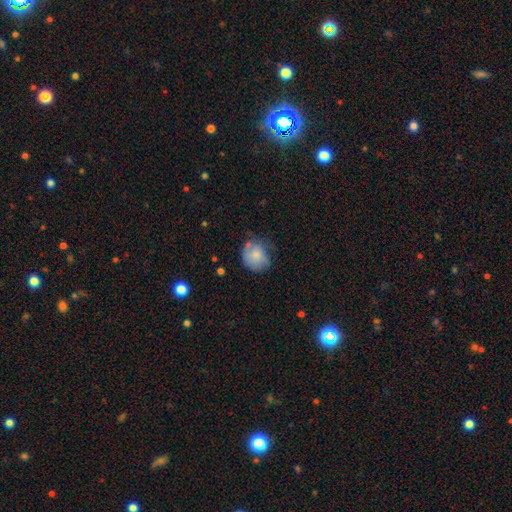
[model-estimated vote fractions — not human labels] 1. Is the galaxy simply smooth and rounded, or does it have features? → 75% smooth, 17% featured or disk, 8% star or artifact.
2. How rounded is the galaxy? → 67% round, 32% in between, 1% cigar-shaped.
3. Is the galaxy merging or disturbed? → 52% none, 33% minor disturbance, 11% major disturbance, 4% merger.